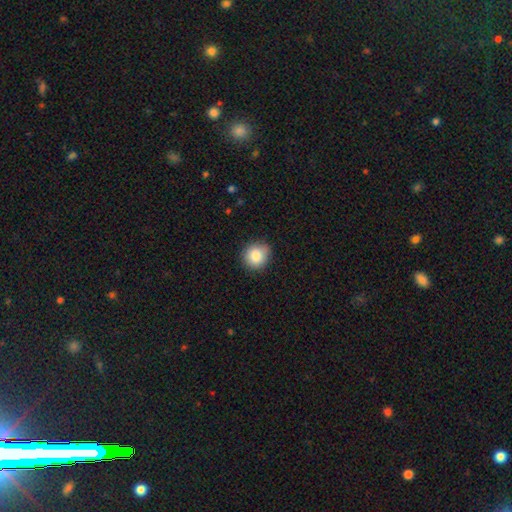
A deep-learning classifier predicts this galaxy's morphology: Smooth or featured?
  - smooth: 86% *
  - star or artifact: 9%
  - featured or disk: 6%
How rounded?
  - round: 86% *
  - in between: 13%
  - cigar-shaped: 1%
Merging?
  - none: 83% *
  - minor disturbance: 14%
  - major disturbance: 2%
  - merger: 1%